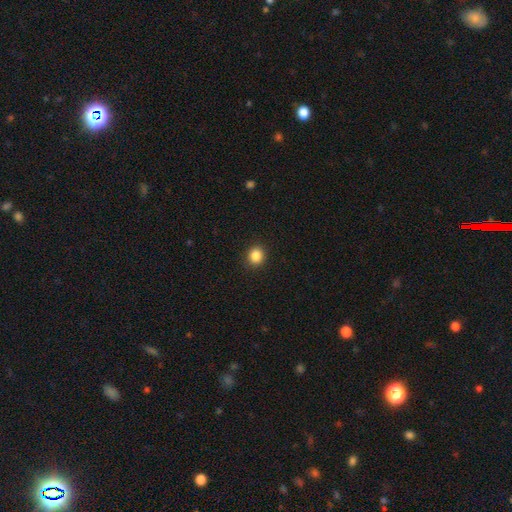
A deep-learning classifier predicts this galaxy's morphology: Overall: smooth (86%). How rounded: round (82%). Merging: none (91%).